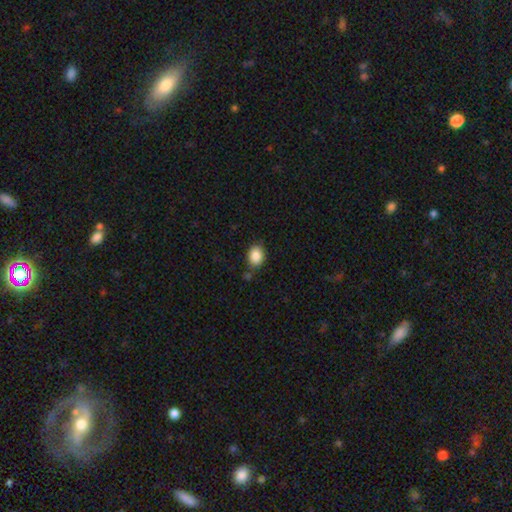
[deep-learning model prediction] This appears to be a smooth galaxy with no disk features (87%) that is in between round and cigar-shaped (57%). Merging: none (78%).